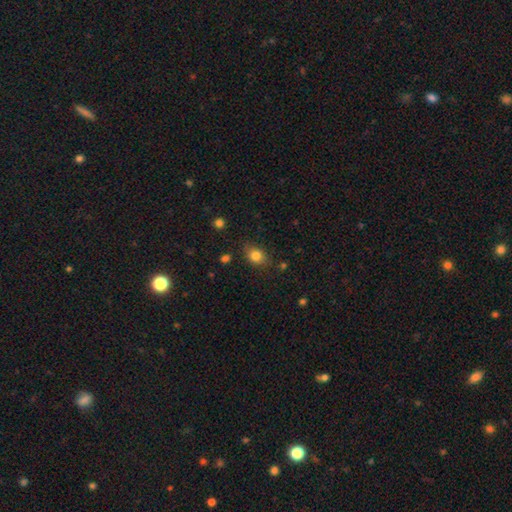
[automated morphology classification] Smooth or featured: smooth — 83% (star or artifact — 11%)
How rounded: in between — 53% (round — 46%)
Merging: none — 77% (minor disturbance — 16%)